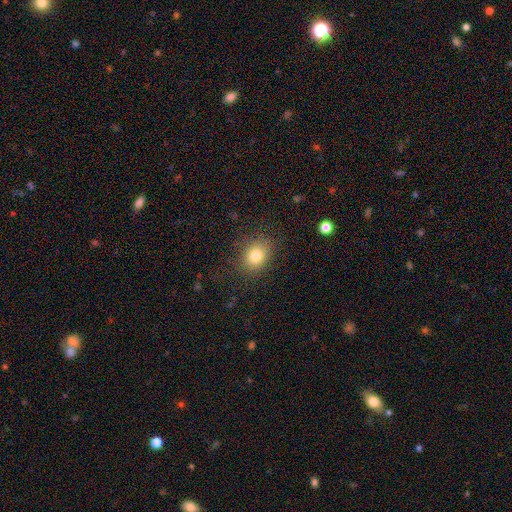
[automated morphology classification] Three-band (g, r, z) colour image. It shows a smooth galaxy with no disk features (81%) that is in between round and cigar-shaped (50%). Merging: none (82%).